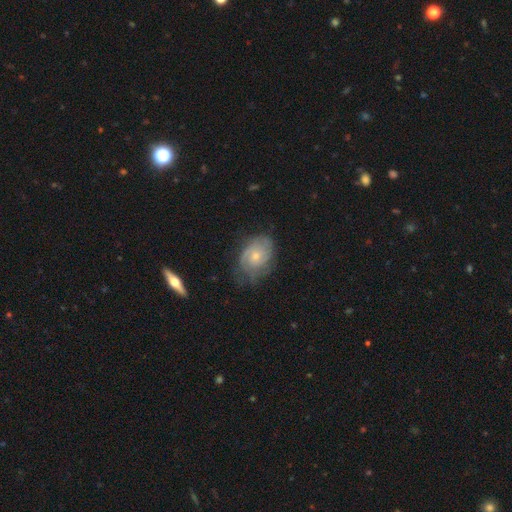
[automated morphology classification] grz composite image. It shows a featured or disk galaxy (67%) with no bar (76%), tight (56%) spiral arms (88%) and a small central bulge (56%). Merging: none (60%).